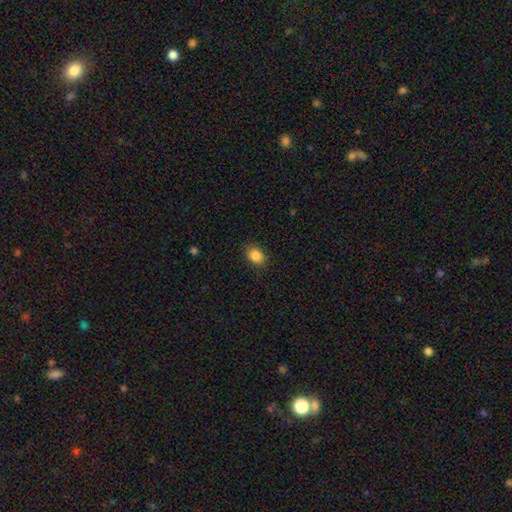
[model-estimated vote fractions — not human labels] Smooth or featured? smooth (86%)
How rounded? in between (56%)
Merging? none (86%)